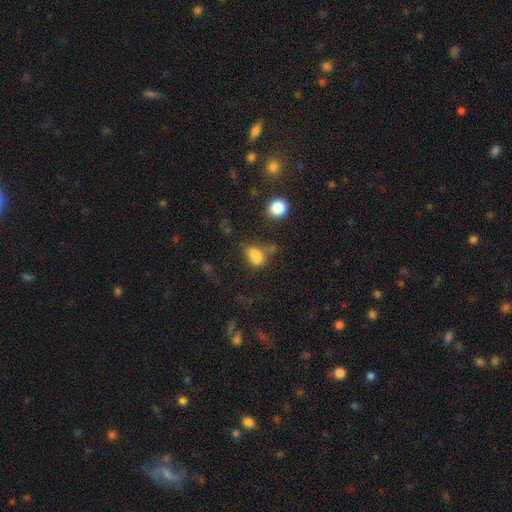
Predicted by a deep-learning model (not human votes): Smooth or featured: smooth — 78% (star or artifact — 14%)
How rounded: in between — 74% (round — 24%)
Merging: none — 43% (minor disturbance — 22%)